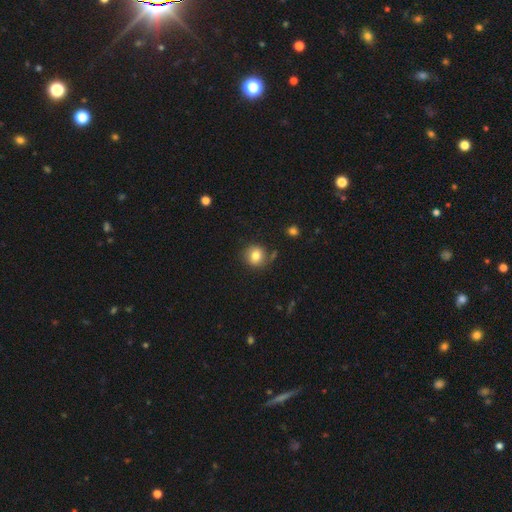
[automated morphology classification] Smooth or featured? Predicted: smooth (p=0.81). How rounded? Predicted: round (p=0.86). Merging? Predicted: none (p=0.80).